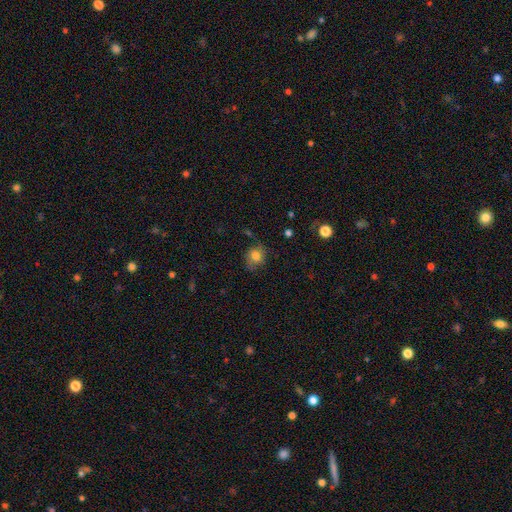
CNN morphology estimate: Overall: smooth (75%). How rounded: round (61%; in between 38%). Merging: none (68%).